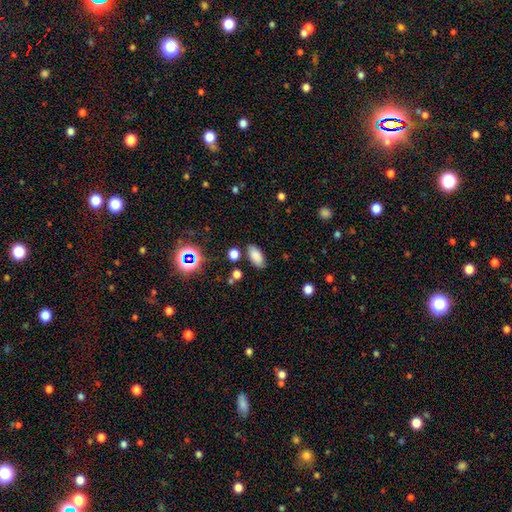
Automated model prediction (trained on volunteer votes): Smooth or featured: smooth — 82% (star or artifact — 12%)
How rounded: in between — 90% (cigar-shaped — 6%)
Merging: none — 82% (minor disturbance — 11%)